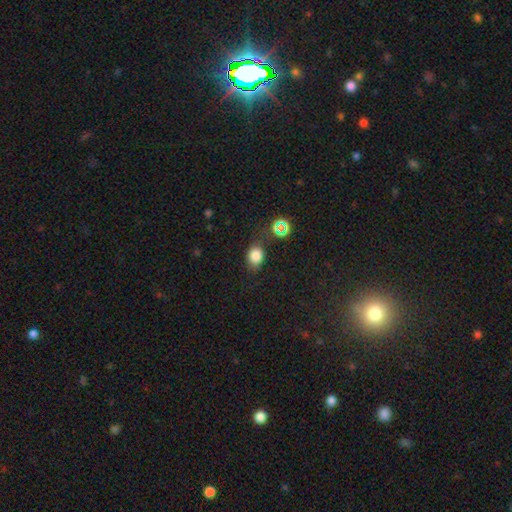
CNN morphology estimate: Smooth or featured? Predicted: smooth (p=0.78). How rounded? Predicted: in between (p=0.61). Merging? Predicted: none (p=0.72).